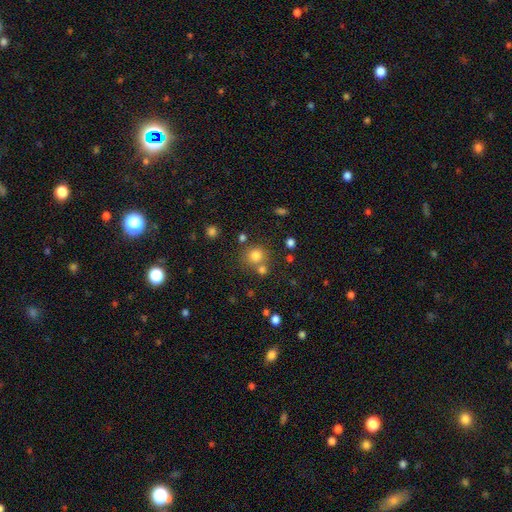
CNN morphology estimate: Smooth or featured? smooth (77%)
How rounded? round (87%)
Merging? none (64%)